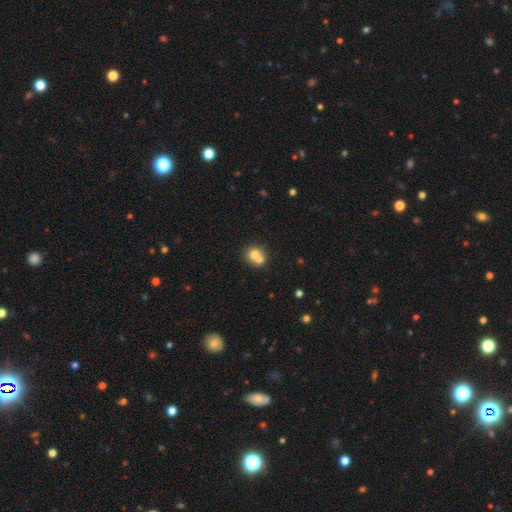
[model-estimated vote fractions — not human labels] This appears to be a smooth galaxy with no disk features (70%) that is round (82%). Merging: merger (54%).